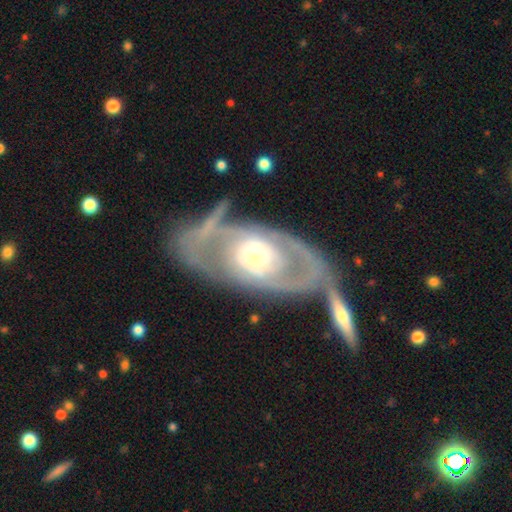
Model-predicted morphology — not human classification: The model was most divided on "bulge size": moderate: 51%, small: 35%, large: 10%, dominant: 2%, none: 1%. Remaining: edge-on disk — no (92%); smooth or featured — featured or disk (81%); bar — no (75%); spiral arms — yes (75%); spiral winding — tight (55%); spiral arm count — 2 (54%); merging — none (49%).